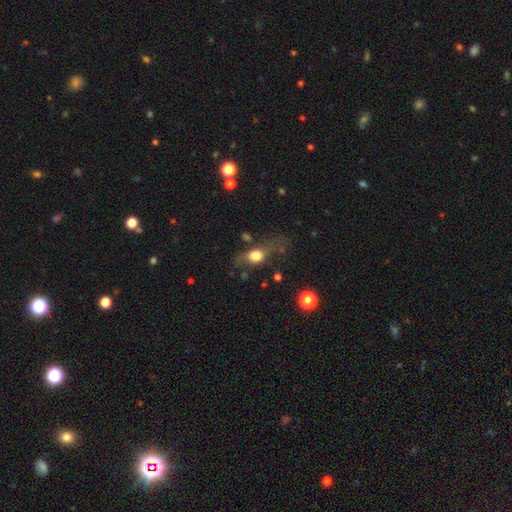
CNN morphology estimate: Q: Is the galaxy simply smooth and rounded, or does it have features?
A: smooth — 64%.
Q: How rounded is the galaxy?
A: in between — 55%.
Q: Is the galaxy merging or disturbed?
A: none — 45%.